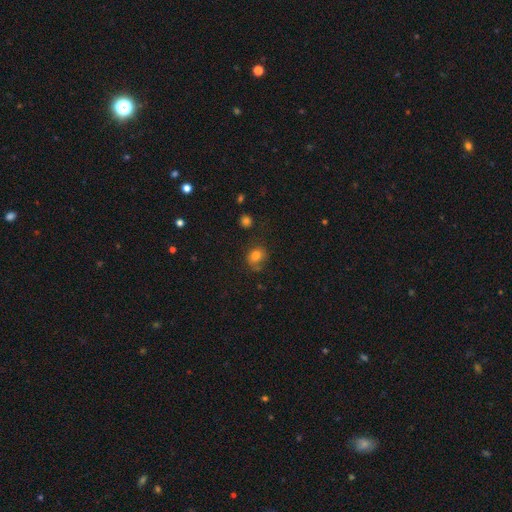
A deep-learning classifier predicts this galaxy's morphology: Overall: smooth (79%). How rounded: round (61%; in between 38%). Merging: none (68%).